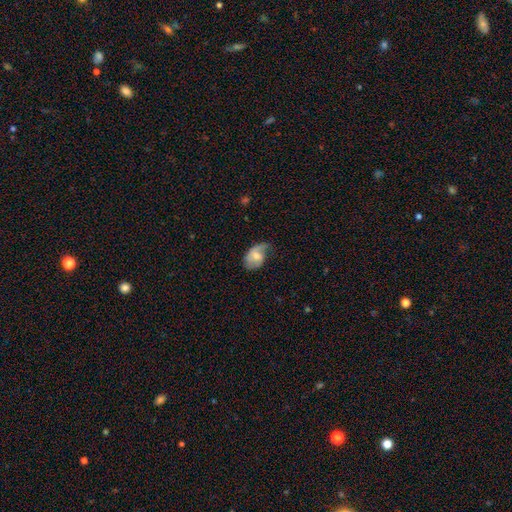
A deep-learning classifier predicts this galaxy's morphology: Smooth or featured?
  - featured or disk: 50% *
  - smooth: 44%
  - star or artifact: 7%
Merging?
  - none: 38% *
  - minor disturbance: 37%
  - major disturbance: 23%
  - merger: 2%